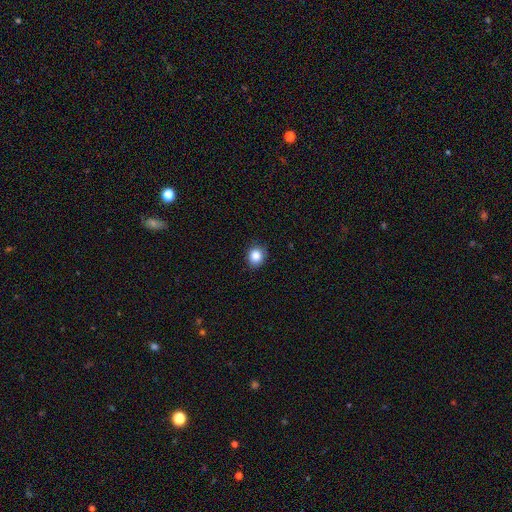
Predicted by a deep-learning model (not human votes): Q: Smooth or featured?
A: smooth (86%); runner-up: star or artifact (10%)
Q: How rounded?
A: round (74%); runner-up: in between (25%)
Q: Merging?
A: none (86%); runner-up: minor disturbance (11%)